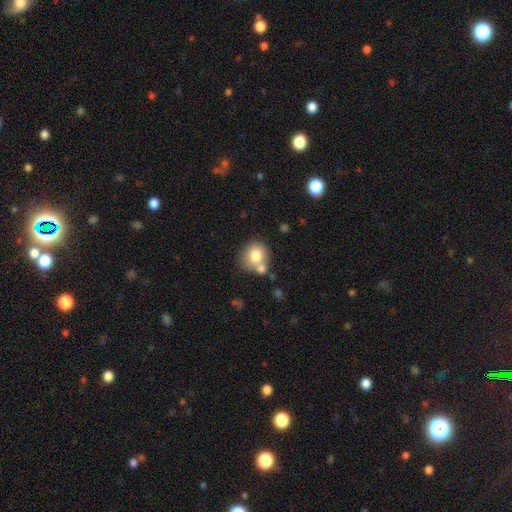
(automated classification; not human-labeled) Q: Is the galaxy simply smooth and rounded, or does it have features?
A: smooth — 76%.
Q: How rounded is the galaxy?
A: round — 75%.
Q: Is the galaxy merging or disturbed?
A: none — 52%.